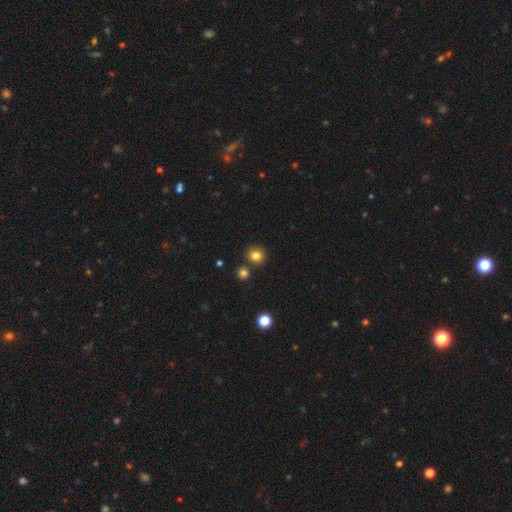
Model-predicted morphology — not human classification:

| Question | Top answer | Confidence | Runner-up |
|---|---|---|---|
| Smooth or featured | smooth | 82% | star or artifact (13%) |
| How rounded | round | 88% | in between (11%) |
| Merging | none | 82% | merger (9%) |